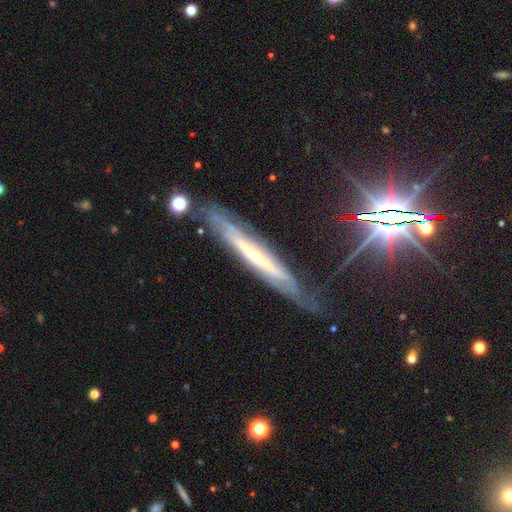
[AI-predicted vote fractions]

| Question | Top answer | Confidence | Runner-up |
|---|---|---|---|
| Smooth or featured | featured or disk | 75% | smooth (15%) |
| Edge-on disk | yes | 70% | no (30%) |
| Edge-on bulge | rounded | 53% | none (43%) |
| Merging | none | 74% | minor disturbance (18%) |